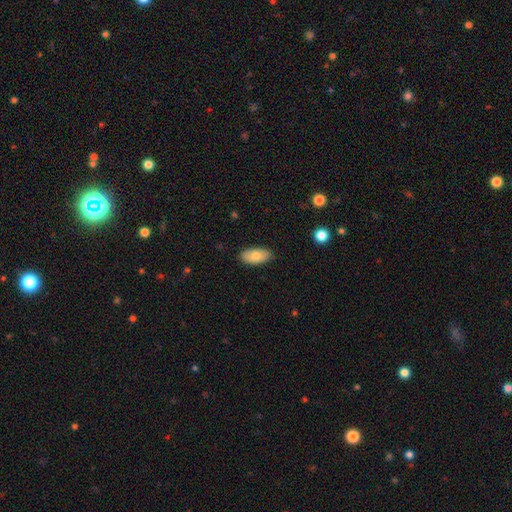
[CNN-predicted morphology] Overall: smooth (77%). How rounded: in between (93%). Merging: none (86%).